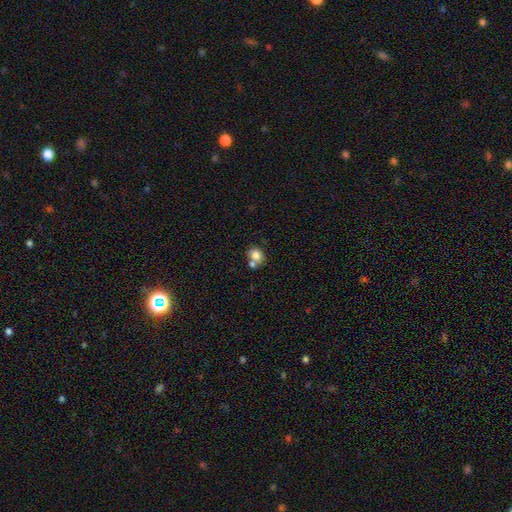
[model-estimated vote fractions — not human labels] smooth 81%, featured or disk 10%, star or artifact 10%. Down the decision tree: how rounded — round (71%); merging — none (50%).